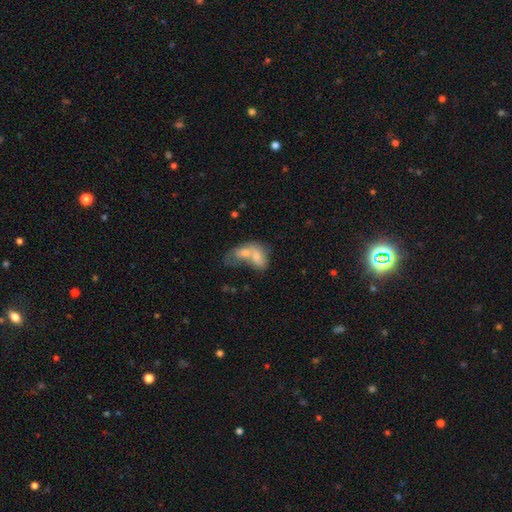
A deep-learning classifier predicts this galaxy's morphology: The model was most divided on "smooth or featured": smooth: 67%, featured or disk: 26%, star or artifact: 8%. More confident: how rounded — in between (84%); merging — merger (79%).